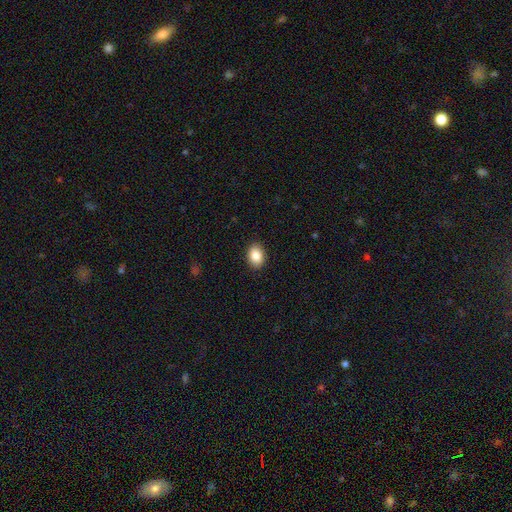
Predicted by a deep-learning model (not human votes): Smooth or featured: smooth — 88% (star or artifact — 8%)
How rounded: in between — 74% (round — 25%)
Merging: none — 90% (minor disturbance — 7%)